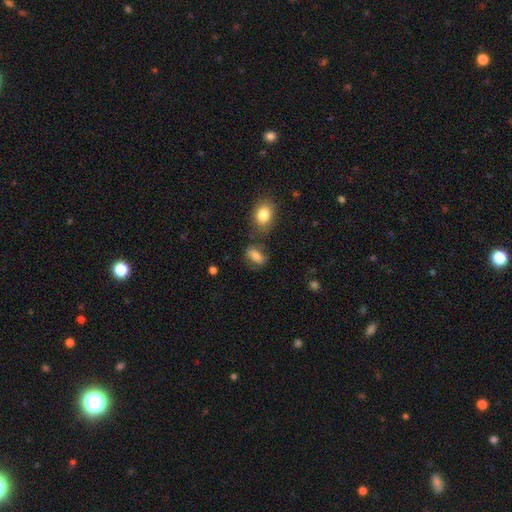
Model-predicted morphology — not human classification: Overall: smooth (75%). How rounded: in between (81%). Merging: none (66%).